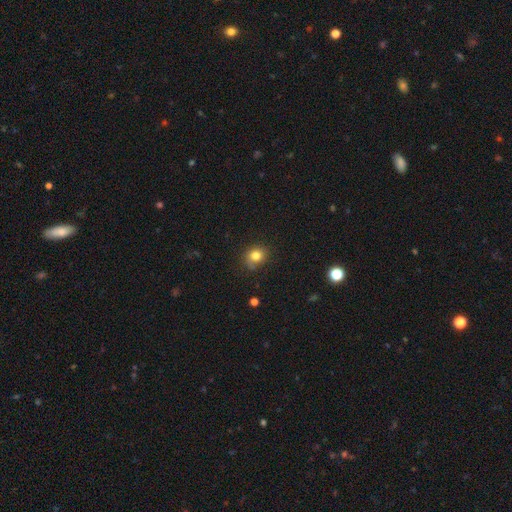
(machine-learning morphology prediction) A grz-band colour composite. It shows a smooth galaxy with no disk features (80%) that is round (70%). Merging: none (73%).